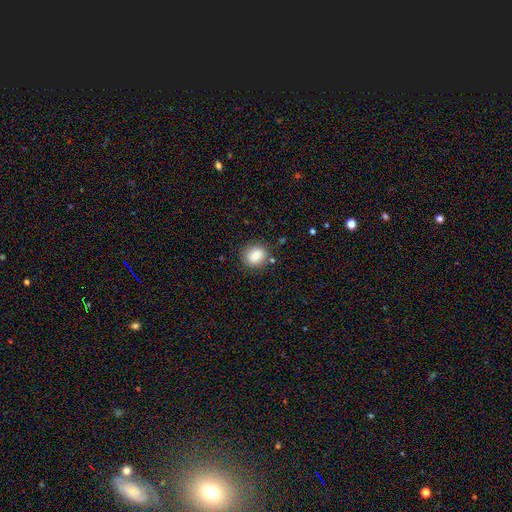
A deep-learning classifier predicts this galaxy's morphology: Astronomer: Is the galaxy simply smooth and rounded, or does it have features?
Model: smooth — 83%.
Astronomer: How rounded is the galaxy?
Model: round — 73%.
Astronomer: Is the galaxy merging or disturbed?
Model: none — 82%.